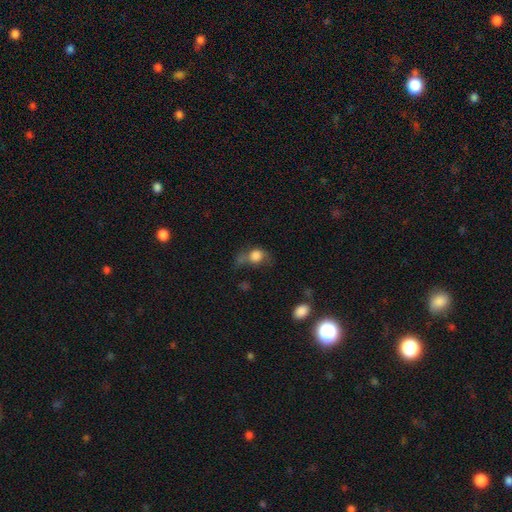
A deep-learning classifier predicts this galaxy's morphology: Smooth or featured? Predicted: smooth (p=0.74). How rounded? Predicted: round (p=0.62). Merging? Predicted: none (p=0.32).